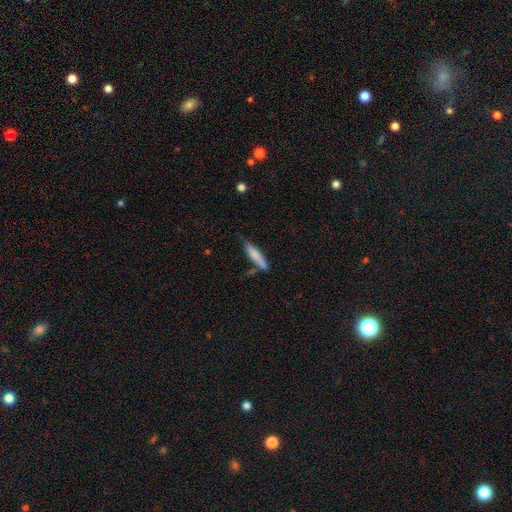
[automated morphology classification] This appears to be a smooth galaxy with no disk features (74%) that is cigar-shaped (84%). Merging: none (63%).